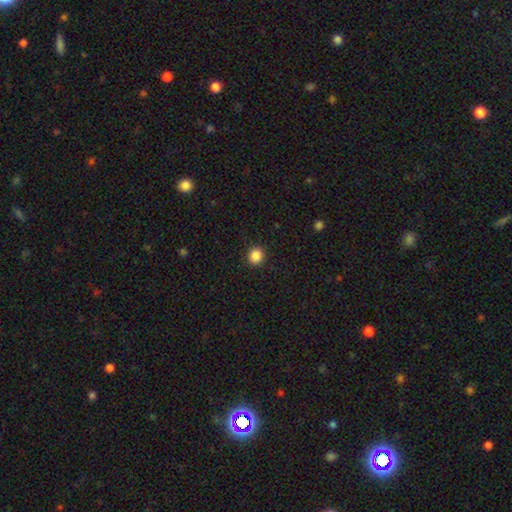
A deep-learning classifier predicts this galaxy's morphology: A smooth galaxy with no disk features (87%) that is round (86%). Merging: none (91%).